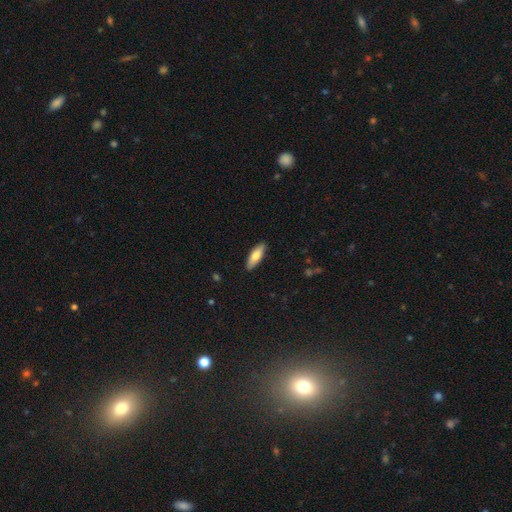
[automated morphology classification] smooth 74%, featured or disk 21%, star or artifact 6%. Down the decision tree: how rounded — in between (54%); merging — none (88%).